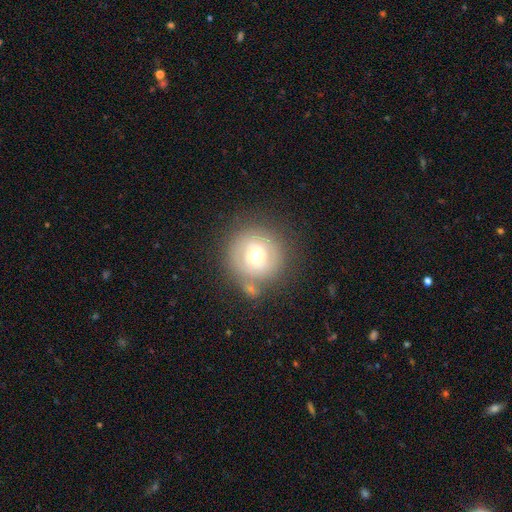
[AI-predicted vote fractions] Smooth or featured? Predicted: smooth (p=0.52). How rounded? Predicted: round (p=0.93). Merging? Predicted: none (p=0.67).